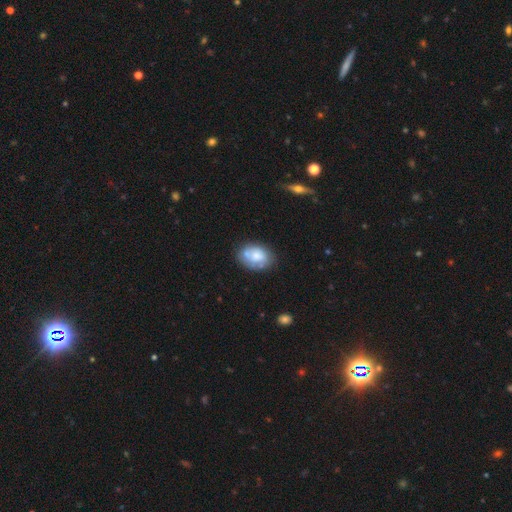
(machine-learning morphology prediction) Smooth or featured? Predicted: smooth (p=0.64). How rounded? Predicted: in between (p=0.79). Merging? Predicted: none (p=0.58).